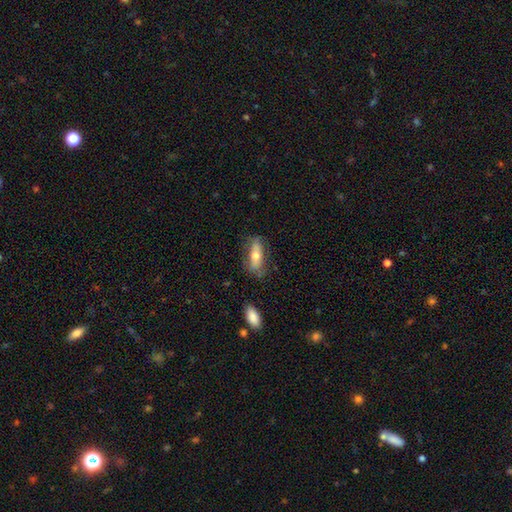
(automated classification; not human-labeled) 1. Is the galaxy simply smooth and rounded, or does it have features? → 59% smooth, 34% featured or disk, 7% star or artifact.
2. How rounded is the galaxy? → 68% in between, 28% cigar-shaped, 3% round.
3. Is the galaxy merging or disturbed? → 70% none, 21% minor disturbance, 6% major disturbance, 3% merger.